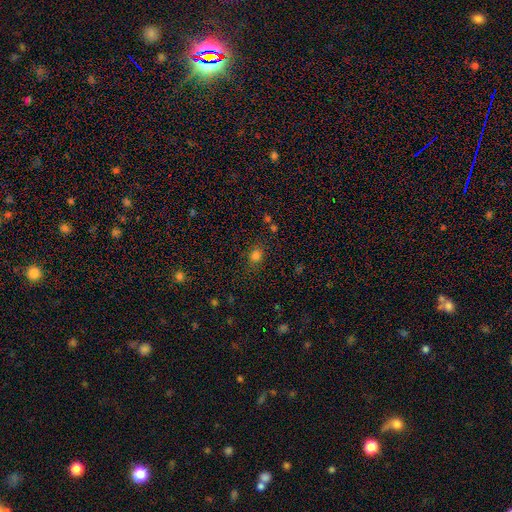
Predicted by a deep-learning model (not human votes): smooth 79%, star or artifact 16%, featured or disk 5%. Down the decision tree: how rounded — round (60%); merging — none (80%).